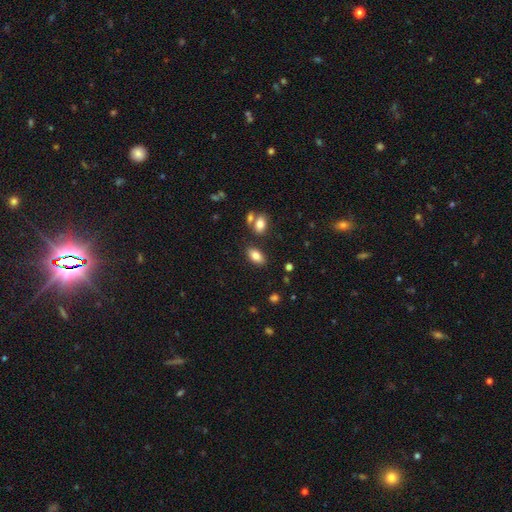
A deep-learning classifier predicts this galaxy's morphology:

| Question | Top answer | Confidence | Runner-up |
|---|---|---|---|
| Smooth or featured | smooth | 83% | featured or disk (9%) |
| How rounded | in between | 91% | round (5%) |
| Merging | none | 81% | minor disturbance (10%) |